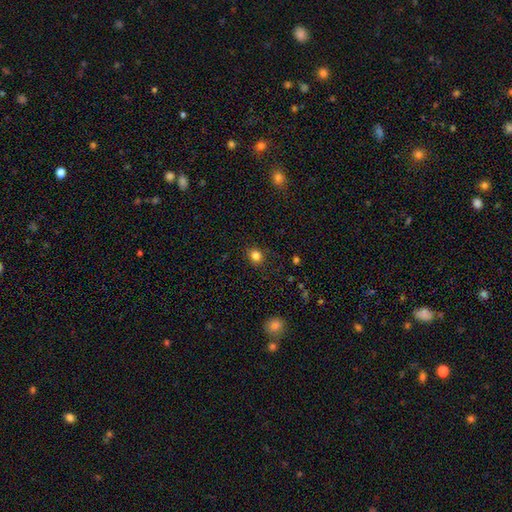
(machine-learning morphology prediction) Smooth or featured: smooth — 83% (star or artifact — 12%)
How rounded: round — 80% (in between — 19%)
Merging: none — 87% (minor disturbance — 9%)